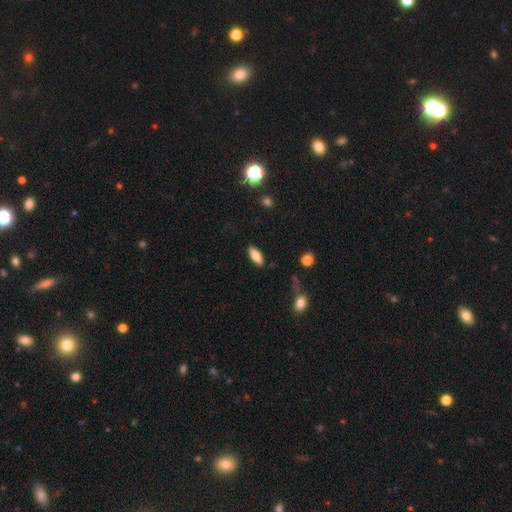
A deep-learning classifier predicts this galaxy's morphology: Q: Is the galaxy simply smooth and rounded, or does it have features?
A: smooth — 75%.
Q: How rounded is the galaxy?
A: in between — 76%.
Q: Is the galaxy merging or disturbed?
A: none — 86%.